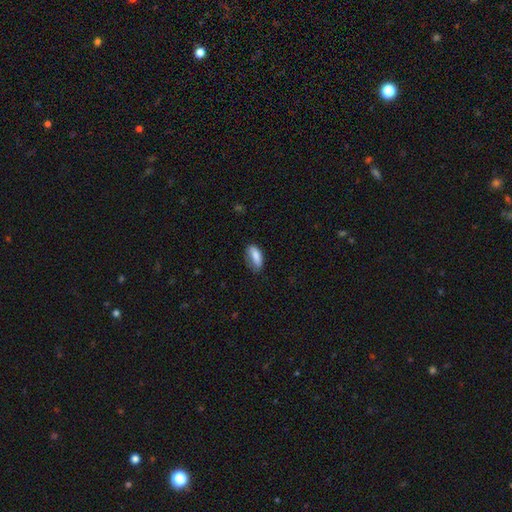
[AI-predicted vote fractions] This is clearly a smooth galaxy (81%). How rounded: clearly in between (82%). Merging: possibly none (54%).